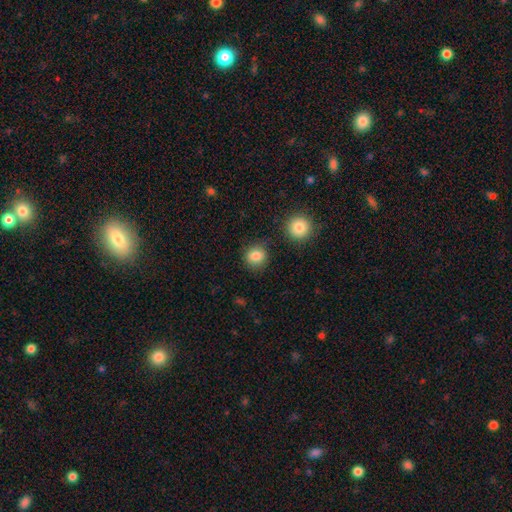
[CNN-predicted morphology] The model was most divided on "merging": none: 82%, minor disturbance: 11%, merger: 4%, major disturbance: 3%. More confident: how rounded — round (85%); smooth or featured — smooth (85%).